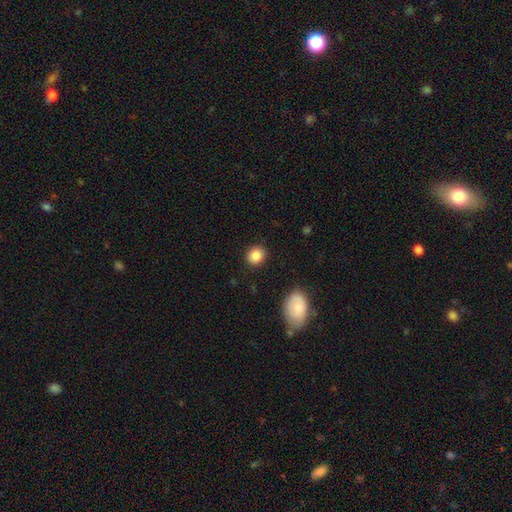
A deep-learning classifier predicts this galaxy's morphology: type=smooth (86%); roundness=round (73%); merging=none (89%).